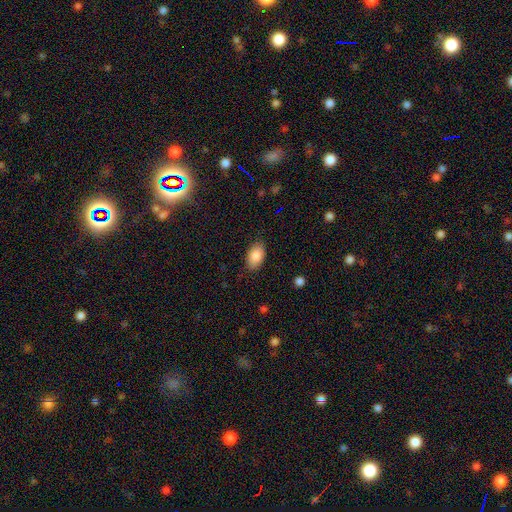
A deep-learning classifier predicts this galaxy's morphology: Smooth or featured: smooth — 87% (star or artifact — 7%)
How rounded: in between — 92% (round — 7%)
Merging: none — 84% (minor disturbance — 12%)